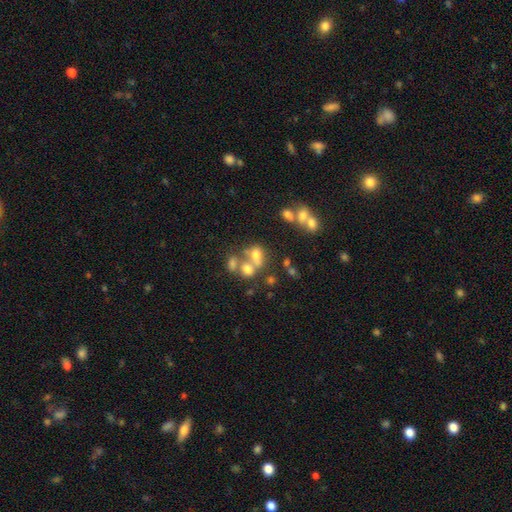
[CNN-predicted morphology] Smooth or featured? Predicted: smooth (p=0.58). How rounded? Predicted: in between (p=0.53). Merging? Predicted: merger (p=0.49).